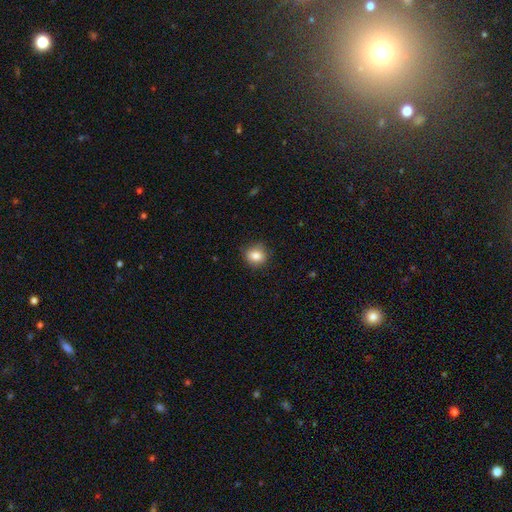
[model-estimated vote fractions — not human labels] Smooth or featured? smooth (83%)
How rounded? round (73%)
Merging? none (84%)